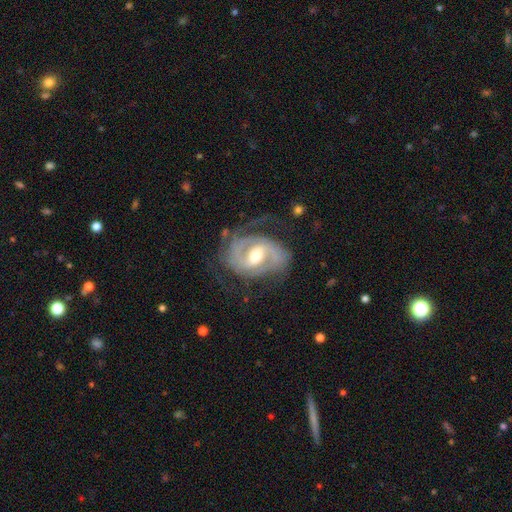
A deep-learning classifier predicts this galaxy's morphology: type=featured or disk (90%); edge-on=no (97%); bar=weak (50%); spiral arms=yes (97%); winding=medium (45%); arm count=2 (74%); bulge=moderate (67%); merging=none (62%).